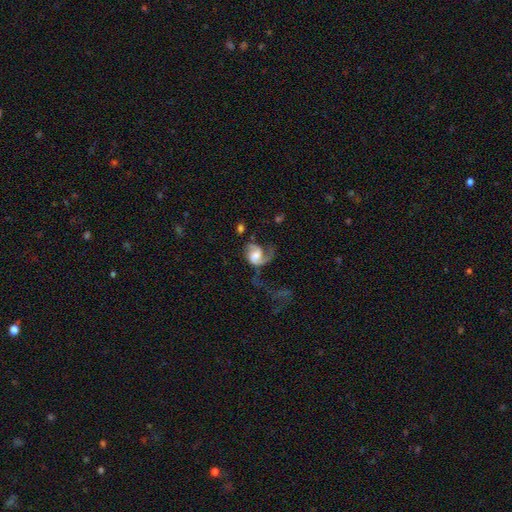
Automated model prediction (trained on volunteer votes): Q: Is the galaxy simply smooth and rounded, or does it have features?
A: featured or disk — 73%.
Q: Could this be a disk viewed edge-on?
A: no — 98%.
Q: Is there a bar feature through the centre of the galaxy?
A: no — 47%.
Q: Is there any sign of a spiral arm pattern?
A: yes — 91%.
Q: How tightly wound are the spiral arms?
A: medium — 41%, tied with loose.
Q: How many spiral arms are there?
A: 2 — 52%.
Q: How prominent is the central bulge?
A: moderate — 36%.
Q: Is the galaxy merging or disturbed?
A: major disturbance — 45%.